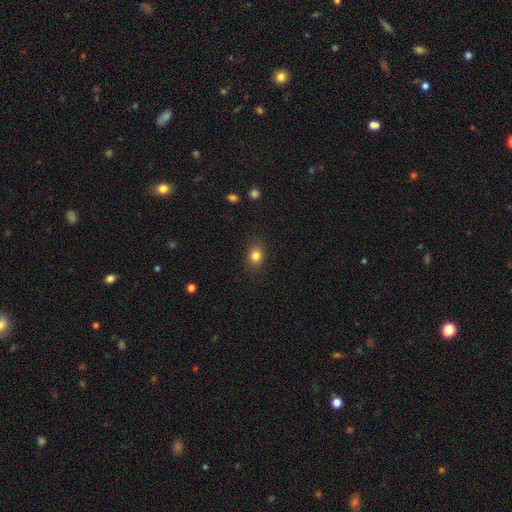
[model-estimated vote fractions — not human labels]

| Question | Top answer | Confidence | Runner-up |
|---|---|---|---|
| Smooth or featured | smooth | 83% | star or artifact (11%) |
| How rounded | in between | 51% | round (48%) |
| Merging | none | 85% | minor disturbance (11%) |